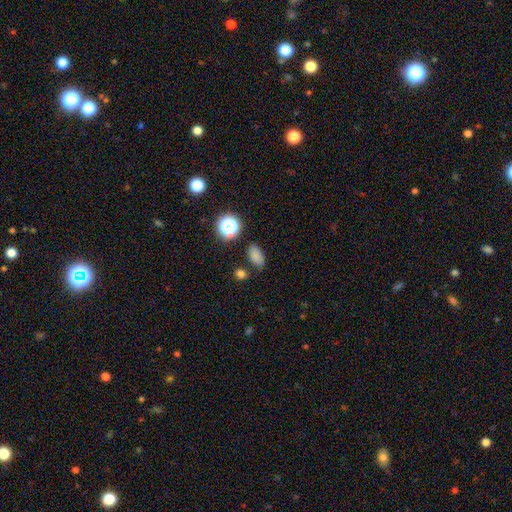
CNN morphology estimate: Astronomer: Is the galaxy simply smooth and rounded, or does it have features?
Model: smooth — 78%.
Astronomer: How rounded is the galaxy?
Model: in between — 86%.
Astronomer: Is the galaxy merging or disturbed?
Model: none — 76%.